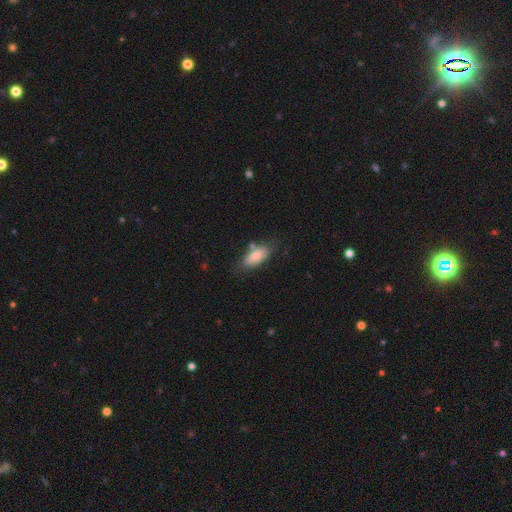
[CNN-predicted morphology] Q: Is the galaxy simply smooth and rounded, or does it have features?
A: smooth — 80%.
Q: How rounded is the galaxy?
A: in between — 82%.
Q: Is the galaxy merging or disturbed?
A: none — 68%.